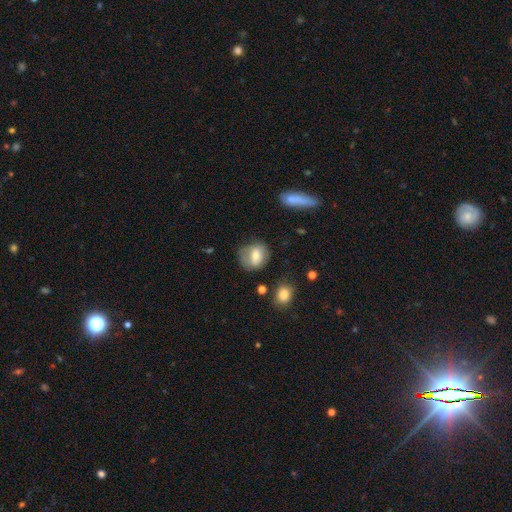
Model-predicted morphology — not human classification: smooth 61%, featured or disk 31%, star or artifact 9%. Down the decision tree: how rounded — round (61%); merging — none (62%).